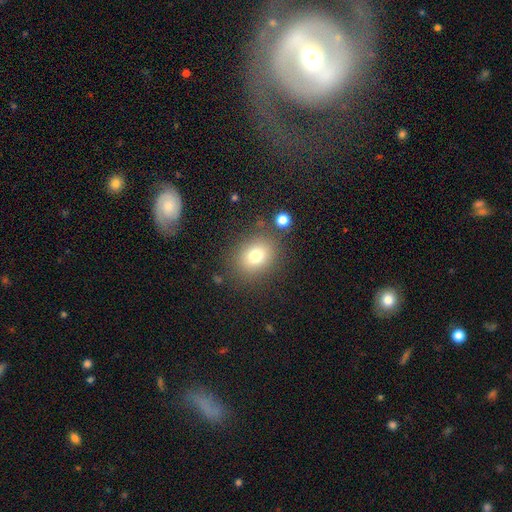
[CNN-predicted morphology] The model was most divided on "how rounded": round: 64%, in between: 35%, cigar-shaped: 1%. More confident: merging — none (81%); smooth or featured — smooth (75%).